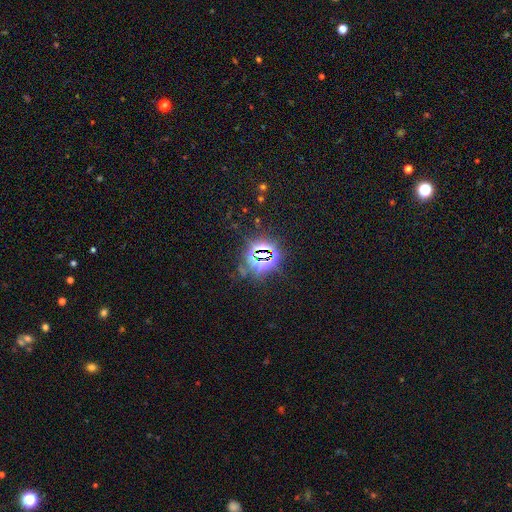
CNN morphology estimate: Smooth or featured? star or artifact (83%)